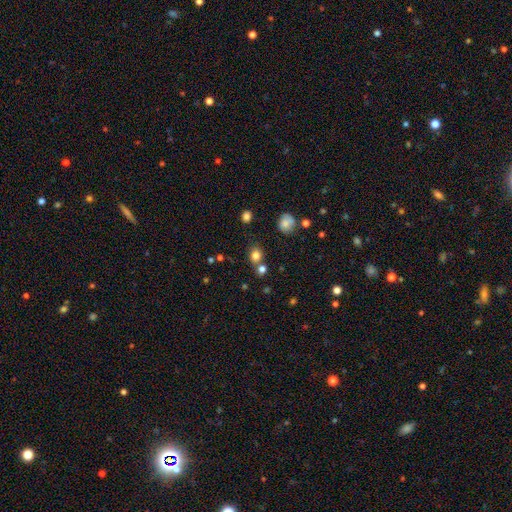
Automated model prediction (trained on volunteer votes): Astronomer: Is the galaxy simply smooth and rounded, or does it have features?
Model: smooth — 79%.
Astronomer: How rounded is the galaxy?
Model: round — 69%.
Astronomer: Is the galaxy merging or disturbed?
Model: none — 68%.